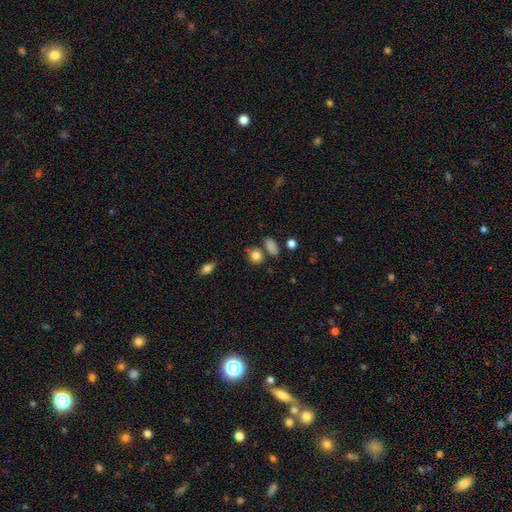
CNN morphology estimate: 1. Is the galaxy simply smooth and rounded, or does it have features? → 83% smooth, 11% star or artifact, 6% featured or disk.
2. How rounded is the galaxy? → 63% round, 35% in between, 2% cigar-shaped.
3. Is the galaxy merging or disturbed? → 70% none, 13% minor disturbance, 12% merger, 4% major disturbance.